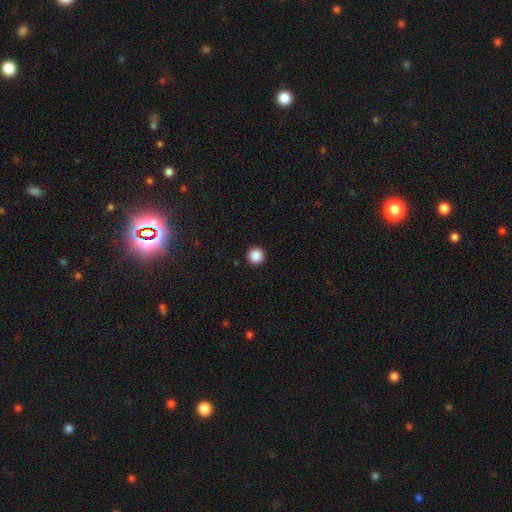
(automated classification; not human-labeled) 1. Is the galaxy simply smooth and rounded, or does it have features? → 88% smooth, 10% star or artifact, 2% featured or disk.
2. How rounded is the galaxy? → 97% round, 2% in between, 1% cigar-shaped.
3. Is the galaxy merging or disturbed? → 94% none, 4% minor disturbance, 1% major disturbance, 1% merger.